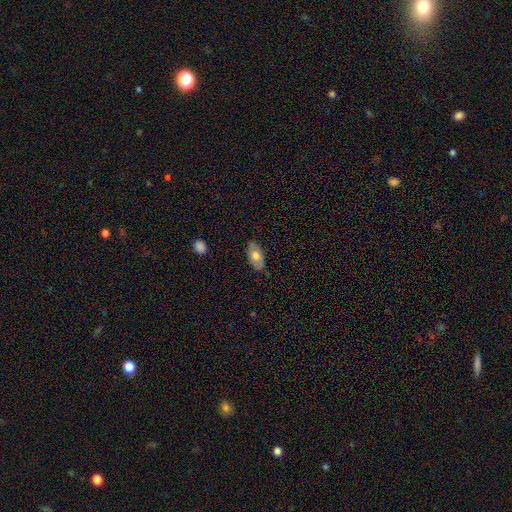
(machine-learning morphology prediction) This is likely a smooth galaxy (64%). How rounded: clearly in between (93%). Merging: clearly none (83%).